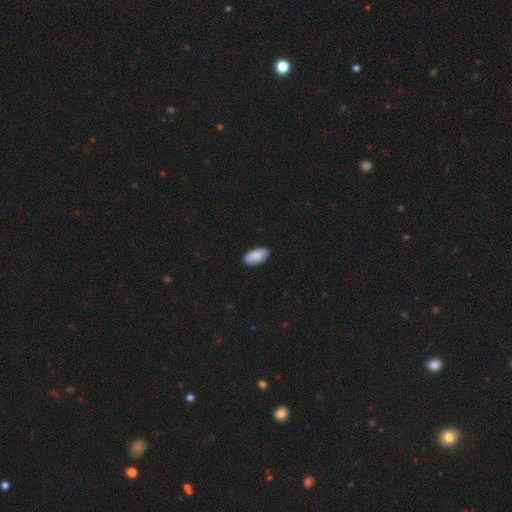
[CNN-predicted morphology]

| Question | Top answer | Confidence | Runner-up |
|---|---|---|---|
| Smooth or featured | smooth | 85% | featured or disk (9%) |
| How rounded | in between | 95% | cigar-shaped (3%) |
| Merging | none | 86% | minor disturbance (12%) |